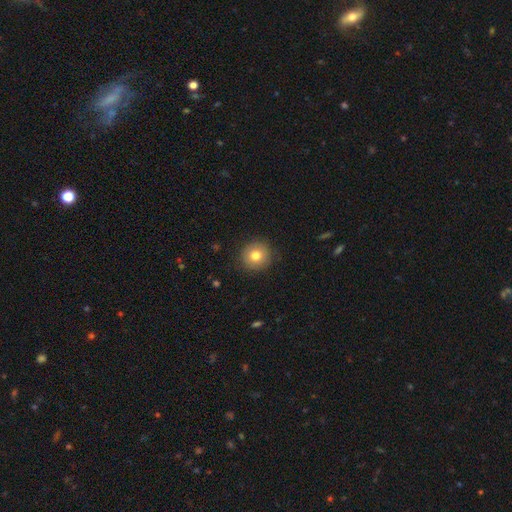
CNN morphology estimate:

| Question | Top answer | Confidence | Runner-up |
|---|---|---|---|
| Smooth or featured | smooth | 78% | featured or disk (12%) |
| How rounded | round | 92% | in between (7%) |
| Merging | none | 89% | minor disturbance (8%) |